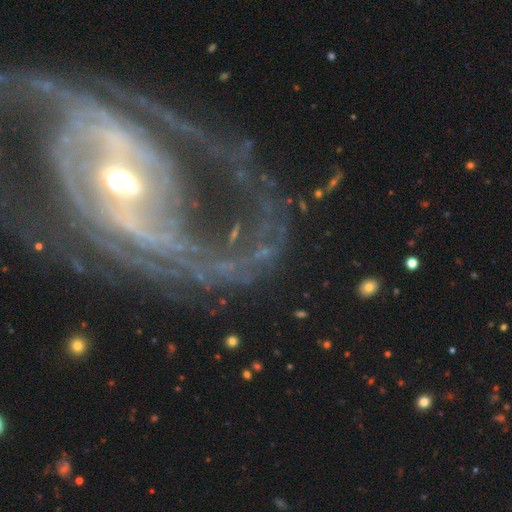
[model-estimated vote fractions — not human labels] smooth_or_featured: featured or disk (p=0.87) [alt: star or artifact p=0.07]
disk_edge_on: no (p=0.95) [alt: yes p=0.05]
bar: strong (p=0.45) [alt: weak p=0.31]
has_spiral_arms: yes (p=0.86) [alt: no p=0.14]
spiral_winding: medium (p=0.40) [alt: tight p=0.37]
spiral_arm_count: 2 (p=0.52) [alt: can't tell p=0.19]
bulge_size: moderate (p=0.57) [alt: small p=0.32]
merging: none (p=0.58) [alt: major disturbance p=0.23]